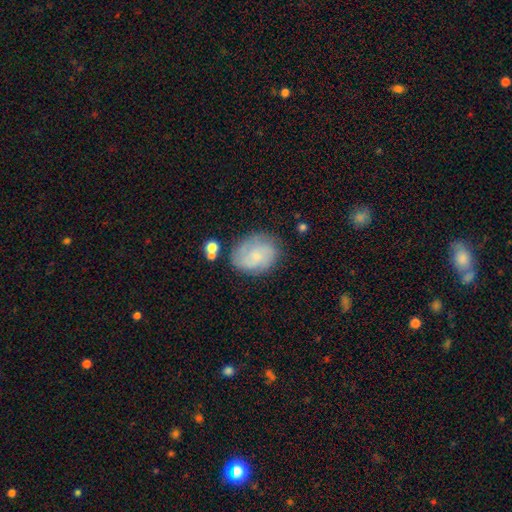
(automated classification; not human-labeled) This is possibly a featured or disk galaxy (49%). Merging: likely none (71%).